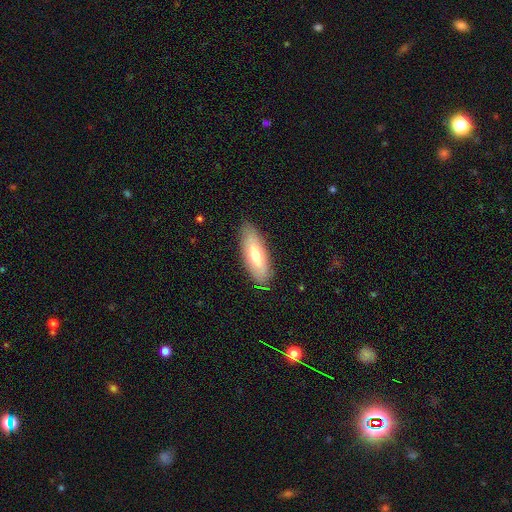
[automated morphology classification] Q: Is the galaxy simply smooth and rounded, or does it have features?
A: smooth — 63%.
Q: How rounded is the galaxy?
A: in between — 67%.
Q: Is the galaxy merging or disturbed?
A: none — 84%.